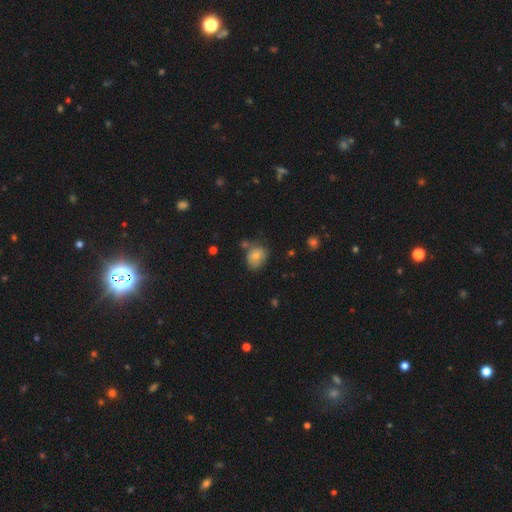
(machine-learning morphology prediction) This is likely a smooth galaxy (74%). How rounded: possibly round (51%). Merging: possibly none (58%).